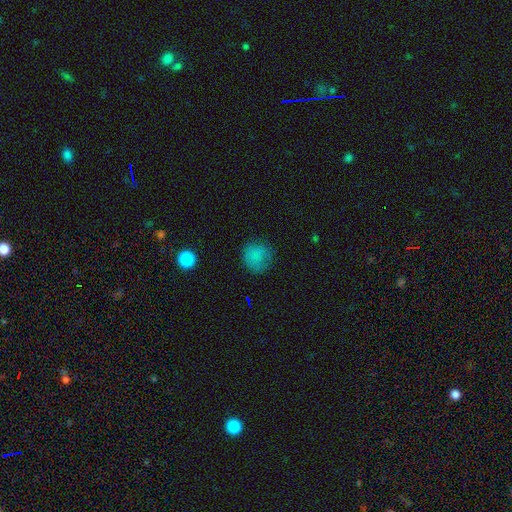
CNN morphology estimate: Overall: smooth (79%). How rounded: round (89%). Merging: none (74%).